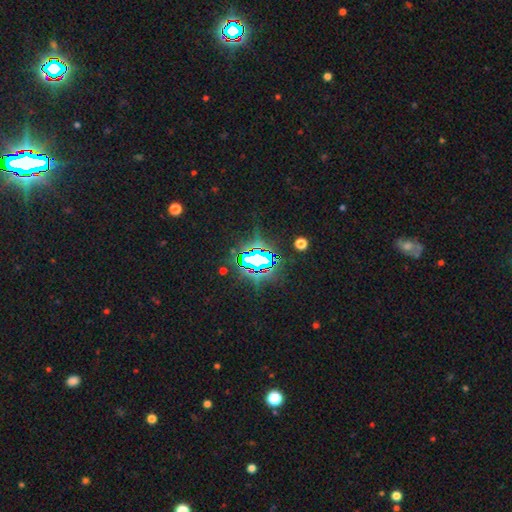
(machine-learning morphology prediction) Smooth or featured? star or artifact (78%)